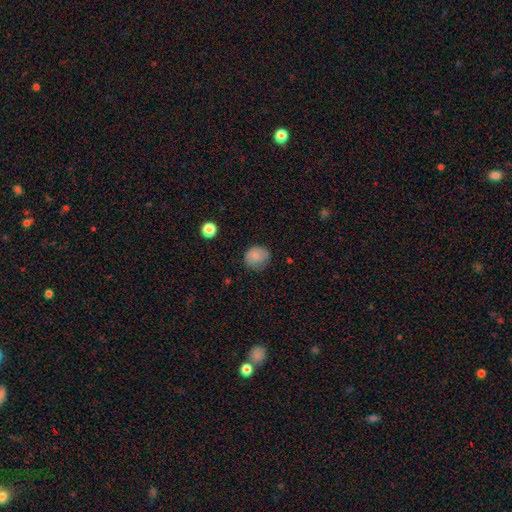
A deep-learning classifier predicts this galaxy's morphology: This appears to be a smooth galaxy with no disk features (81%) that is round (78%). Merging: none (72%).